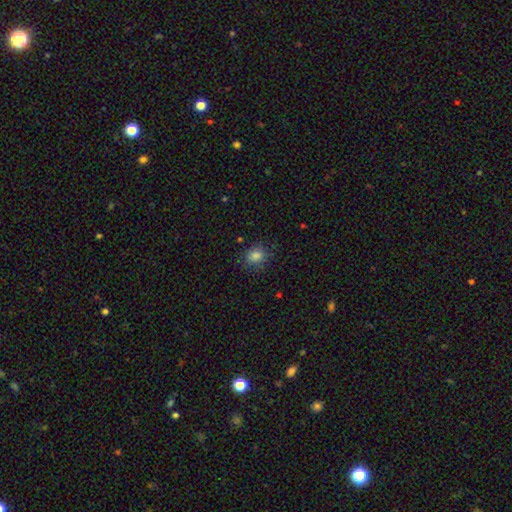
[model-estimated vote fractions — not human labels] Overall: smooth (83%). How rounded: round (56%; in between 43%). Merging: none (81%).